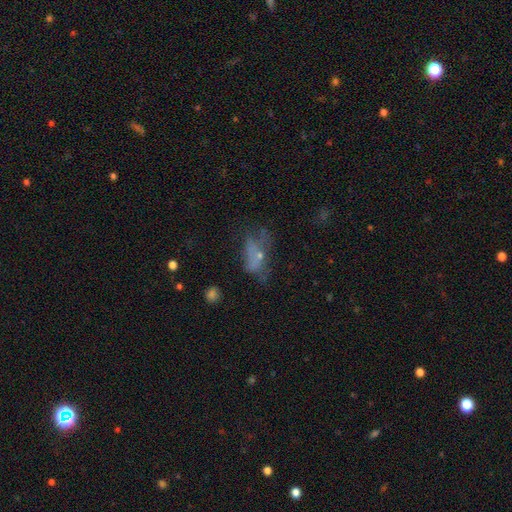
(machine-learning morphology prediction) A smooth galaxy with no disk features (44%).

Vote fractions:
- Smooth or featured? smooth: 44% / featured or disk: 37% / star or artifact: 19%
- Merging? major disturbance: 36% / none: 33% / minor disturbance: 22% / merger: 10%